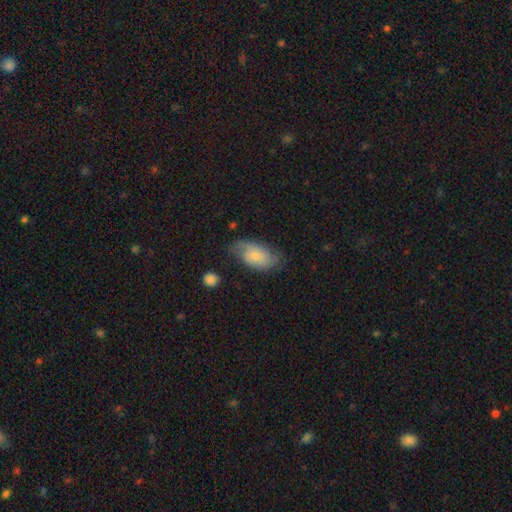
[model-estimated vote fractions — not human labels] smooth-or-featured: featured or disk: 51% | smooth: 42% | star or artifact: 7%
  disk-edge-on: no: 94% | yes: 6%
  merging: none: 59% | minor disturbance: 27% | major disturbance: 12% | merger: 2%